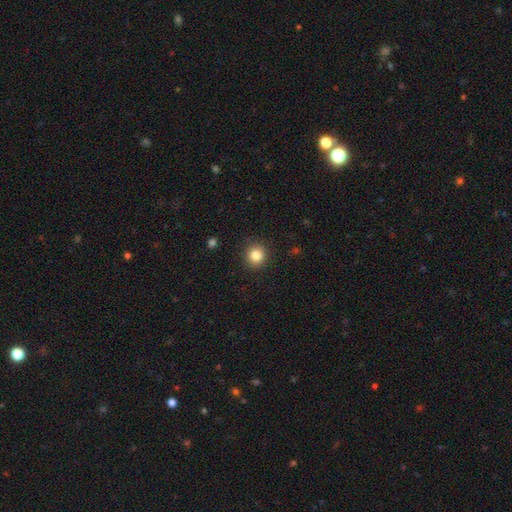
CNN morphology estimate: Q: Smooth or featured?
A: smooth (84%); runner-up: star or artifact (10%)
Q: How rounded?
A: round (90%); runner-up: in between (9%)
Q: Merging?
A: none (91%); runner-up: minor disturbance (6%)